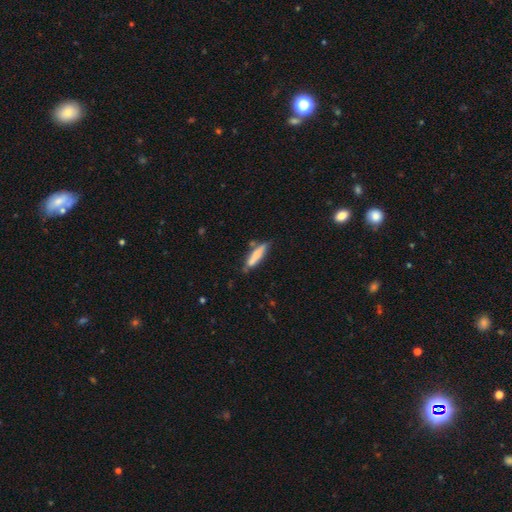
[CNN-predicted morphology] Smooth or featured: smooth — 73% (featured or disk — 21%)
How rounded: cigar-shaped — 79% (in between — 19%)
Merging: none — 65% (minor disturbance — 22%)